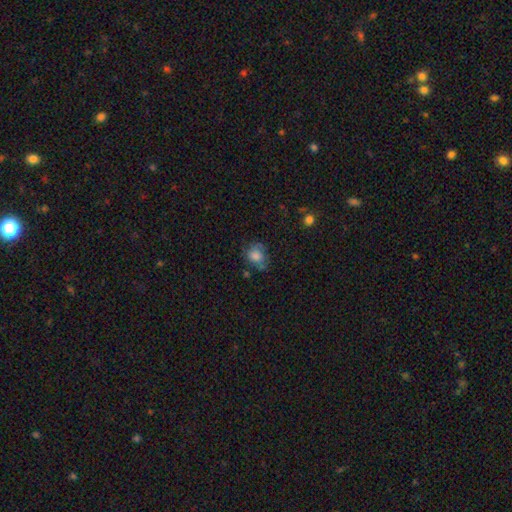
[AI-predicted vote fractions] Smooth or featured? Predicted: smooth (p=0.70). How rounded? Predicted: round (p=0.59). Merging? Predicted: none (p=0.51).